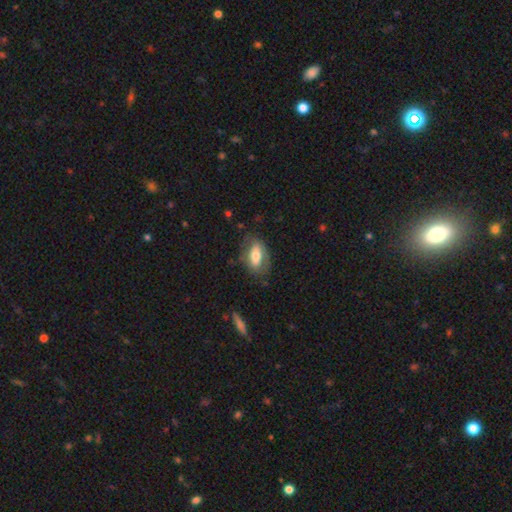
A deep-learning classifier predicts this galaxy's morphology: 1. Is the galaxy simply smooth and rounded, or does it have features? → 57% smooth, 36% featured or disk, 6% star or artifact.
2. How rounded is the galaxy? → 88% in between, 7% round, 6% cigar-shaped.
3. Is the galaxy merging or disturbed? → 66% none, 22% minor disturbance, 10% major disturbance, 2% merger.